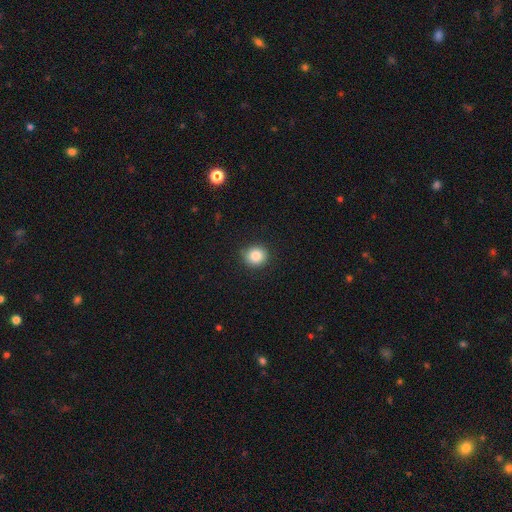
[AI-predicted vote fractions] This is clearly a smooth galaxy (86%). How rounded: clearly round (88%). Merging: clearly none (89%).